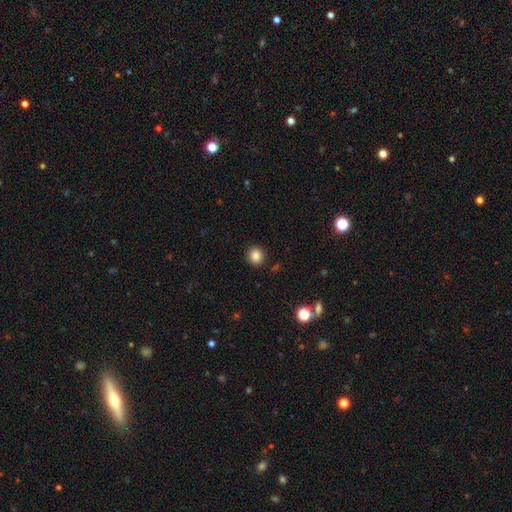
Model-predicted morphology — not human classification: Q: Smooth or featured?
A: smooth (85%); runner-up: star or artifact (11%)
Q: How rounded?
A: round (89%); runner-up: in between (10%)
Q: Merging?
A: none (91%); runner-up: minor disturbance (5%)